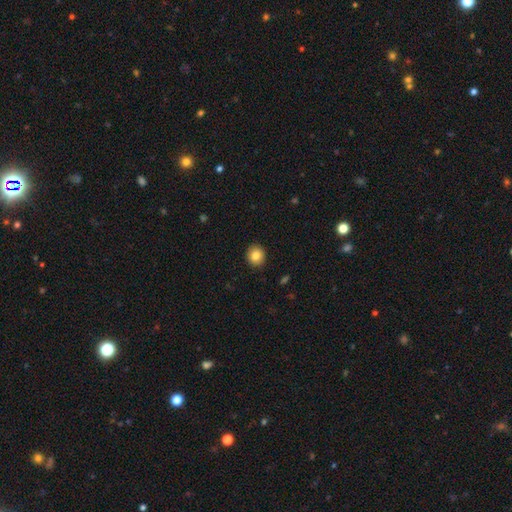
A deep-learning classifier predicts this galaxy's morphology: This appears to be a smooth galaxy with no disk features (84%) that is round (81%). Merging: none (91%).